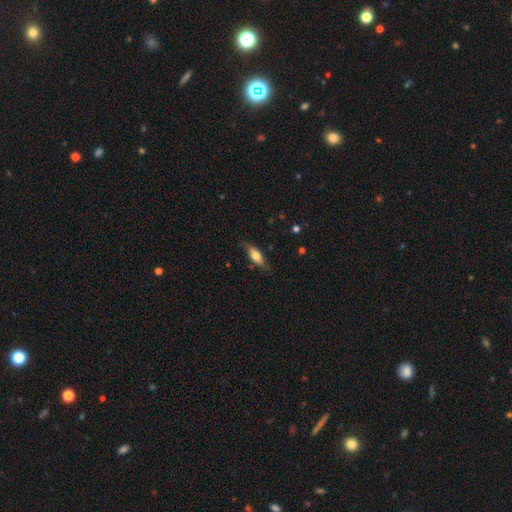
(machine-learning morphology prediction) Smooth or featured: smooth — 67% (featured or disk — 27%)
How rounded: in between — 64% (cigar-shaped — 34%)
Merging: none — 75% (minor disturbance — 19%)